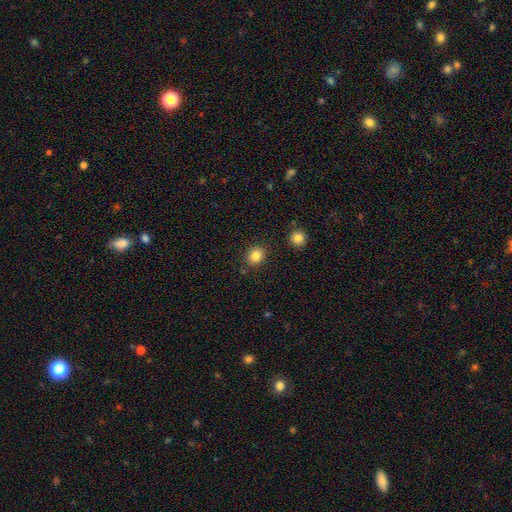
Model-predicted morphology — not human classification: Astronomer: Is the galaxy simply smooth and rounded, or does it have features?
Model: smooth — 84%.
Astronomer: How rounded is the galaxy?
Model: round — 76%.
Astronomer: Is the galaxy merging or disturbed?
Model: none — 88%.